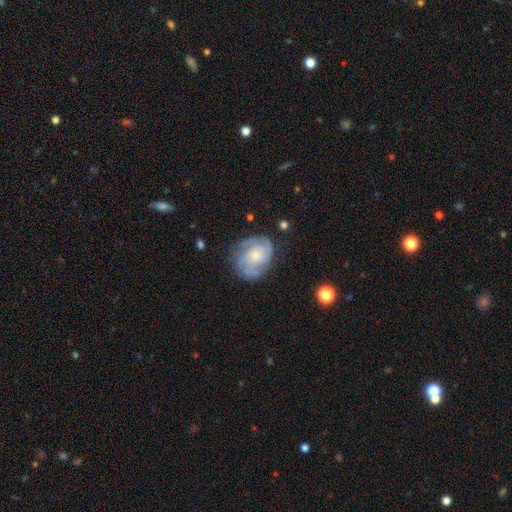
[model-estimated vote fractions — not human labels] Q: Smooth or featured?
A: featured or disk (77%); runner-up: smooth (17%)
Q: Edge-on disk?
A: no (98%); runner-up: yes (2%)
Q: Bar?
A: no (72%); runner-up: weak (24%)
Q: Spiral arms?
A: yes (91%); runner-up: no (9%)
Q: Spiral winding?
A: tight (55%); runner-up: medium (35%)
Q: Spiral arm count?
A: 2 (31%); runner-up: can't tell (30%)
Q: Bulge size?
A: small (43%); runner-up: moderate (39%)
Q: Merging?
A: none (69%); runner-up: minor disturbance (20%)